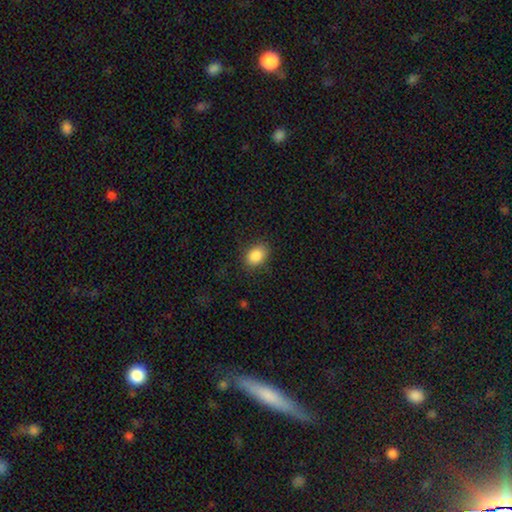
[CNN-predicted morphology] Smooth or featured? Predicted: smooth (p=0.87). How rounded? Predicted: in between (p=0.76). Merging? Predicted: none (p=0.84).